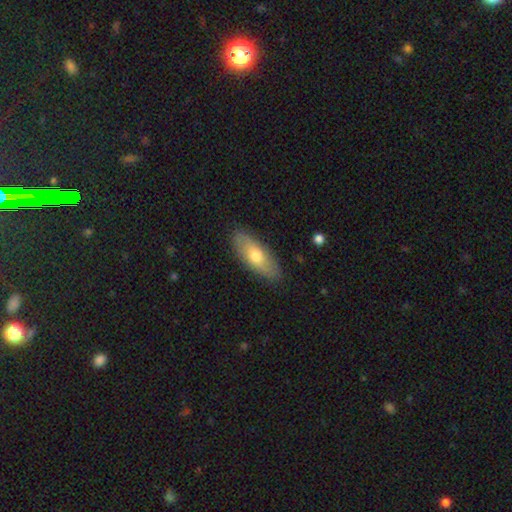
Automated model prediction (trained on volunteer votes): This appears to be a smooth galaxy with no disk features (65%) that is in between round and cigar-shaped (77%). Merging: none (87%).